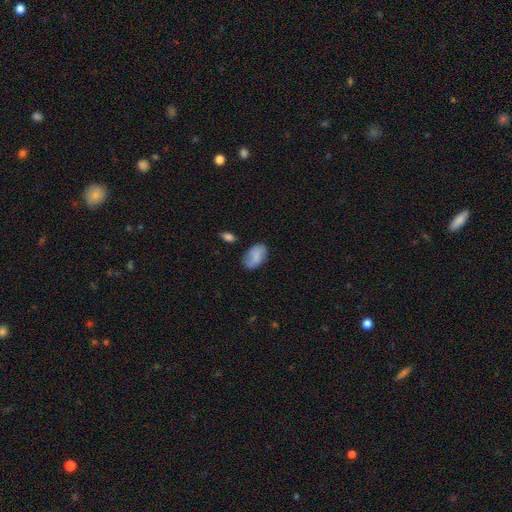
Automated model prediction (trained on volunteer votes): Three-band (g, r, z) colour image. It shows a smooth galaxy with no disk features (73%) that is in between round and cigar-shaped (91%). Merging: none (60%).